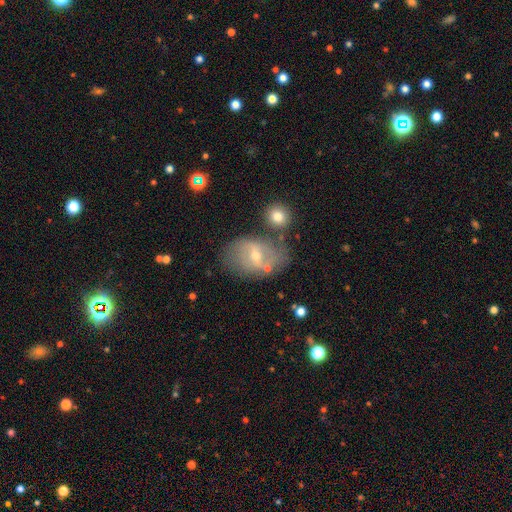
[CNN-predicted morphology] Q: Smooth or featured?
A: featured or disk (62%); runner-up: smooth (28%)
Q: Edge-on disk?
A: no (93%); runner-up: yes (7%)
Q: Bar?
A: weak (47%); runner-up: strong (27%)
Q: Spiral arms?
A: yes (55%); runner-up: no (45%)
Q: Bulge size?
A: small (54%); runner-up: moderate (43%)
Q: Merging?
A: none (64%); runner-up: minor disturbance (18%)